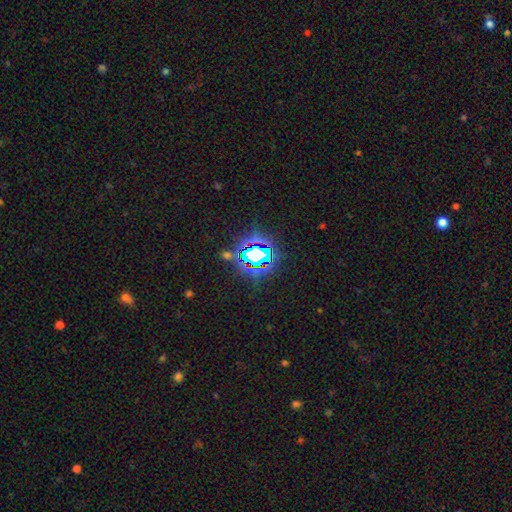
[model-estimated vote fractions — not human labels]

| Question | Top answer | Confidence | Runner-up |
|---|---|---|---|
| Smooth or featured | star or artifact | 73% | smooth (16%) |